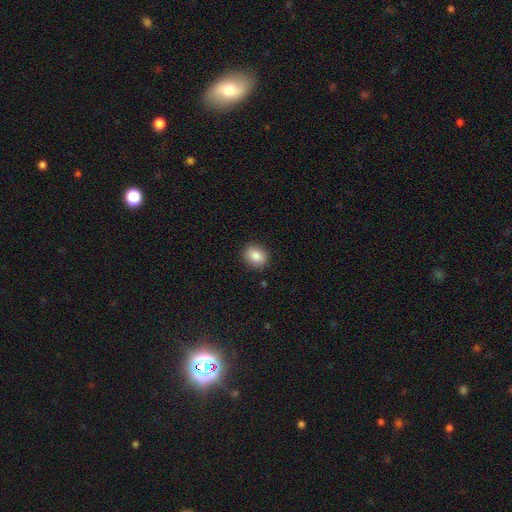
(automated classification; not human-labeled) The model was most divided on "how rounded": round: 61%, in between: 38%, cigar-shaped: 1%. More confident: merging — none (89%); smooth or featured — smooth (85%).